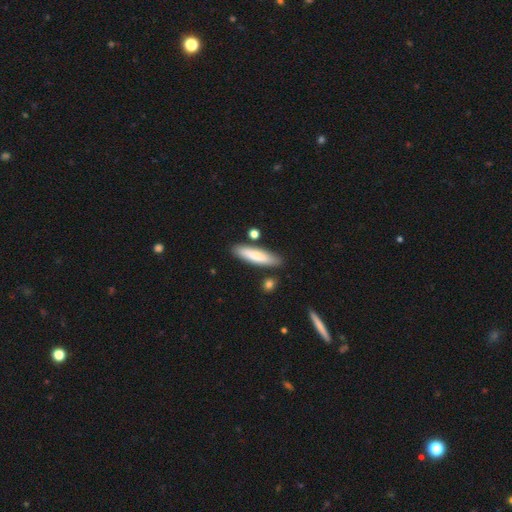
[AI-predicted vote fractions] Smooth or featured? Predicted: smooth (p=0.74). How rounded? Predicted: cigar-shaped (p=0.72). Merging? Predicted: none (p=0.83).